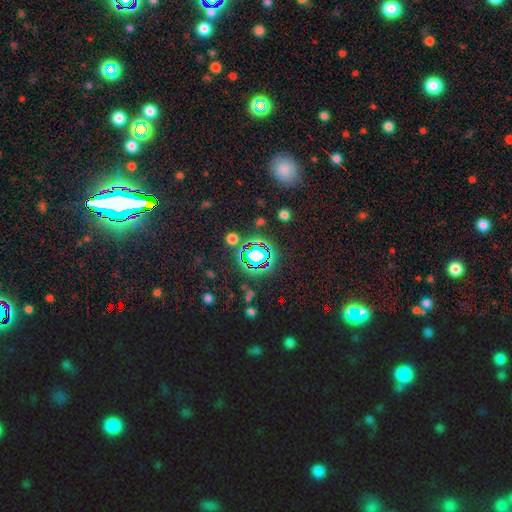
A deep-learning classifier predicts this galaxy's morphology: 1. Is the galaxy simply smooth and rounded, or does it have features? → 71% star or artifact, 19% smooth, 10% featured or disk.